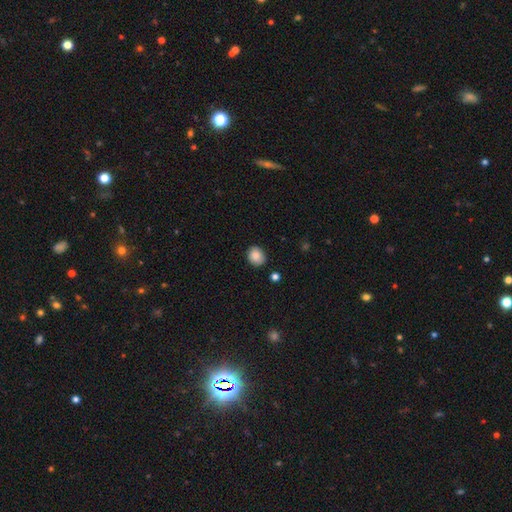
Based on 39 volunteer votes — smooth_or_featured: smooth (p=0.85) [alt: featured or disk p=0.08]
how_rounded: round (p=0.70) [alt: in between p=0.30]
merging: none (p=0.86) [alt: minor disturbance p=0.11]